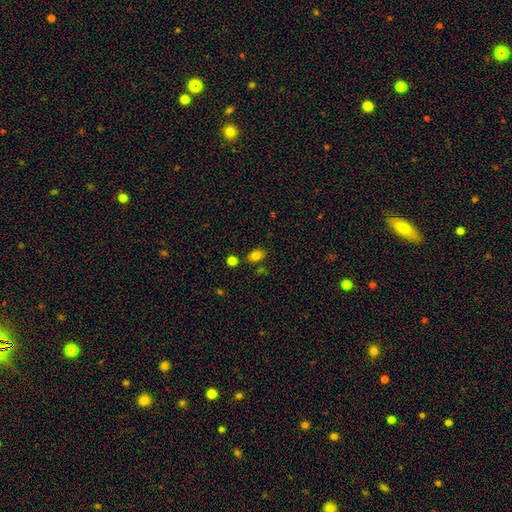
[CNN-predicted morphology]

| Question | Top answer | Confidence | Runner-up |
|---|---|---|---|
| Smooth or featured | smooth | 81% | star or artifact (11%) |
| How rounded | in between | 84% | round (14%) |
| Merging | none | 78% | minor disturbance (12%) |